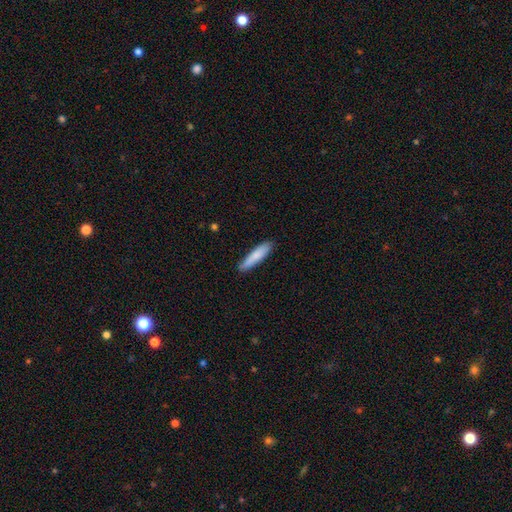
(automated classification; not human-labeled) smooth-or-featured: smooth: 81% | featured or disk: 14% | star or artifact: 5%
  how-rounded: cigar-shaped: 82% | in between: 16% | round: 1%
  merging: none: 83% | minor disturbance: 14% | major disturbance: 2% | merger: 1%